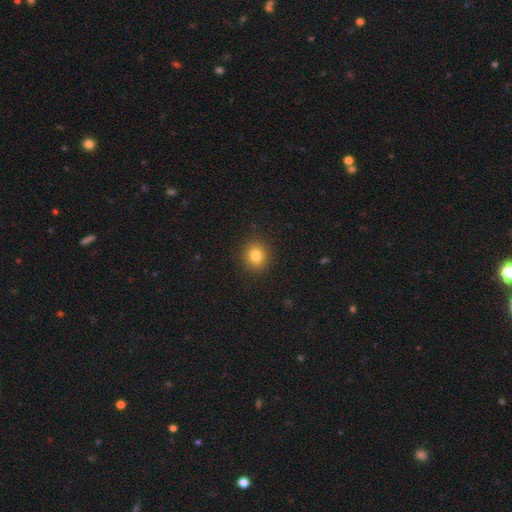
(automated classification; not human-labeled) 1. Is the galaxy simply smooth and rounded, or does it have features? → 82% smooth, 12% star or artifact, 7% featured or disk.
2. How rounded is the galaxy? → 83% round, 16% in between, 1% cigar-shaped.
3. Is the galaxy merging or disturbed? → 91% none, 6% minor disturbance, 2% major disturbance, 1% merger.